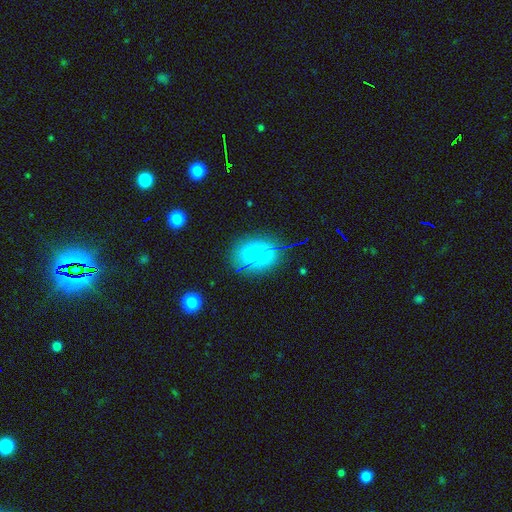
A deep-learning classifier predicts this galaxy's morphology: Smooth or featured?
  - smooth: 56% *
  - featured or disk: 23%
  - star or artifact: 21%
How rounded?
  - in between: 58% *
  - round: 39%
  - cigar-shaped: 4%
Merging?
  - none: 65% *
  - minor disturbance: 20%
  - major disturbance: 9%
  - merger: 5%